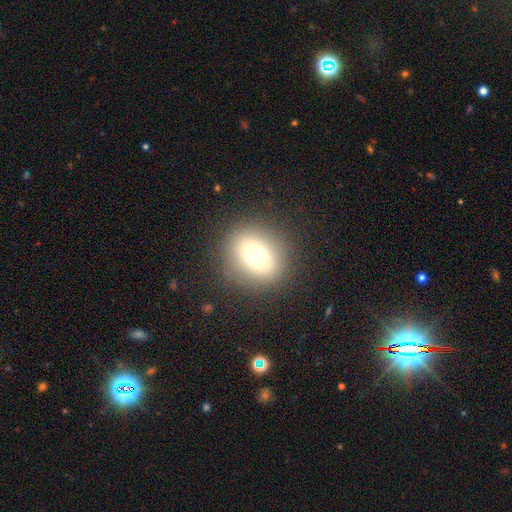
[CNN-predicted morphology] type=smooth (71%); roundness=round (71%); merging=none (86%).